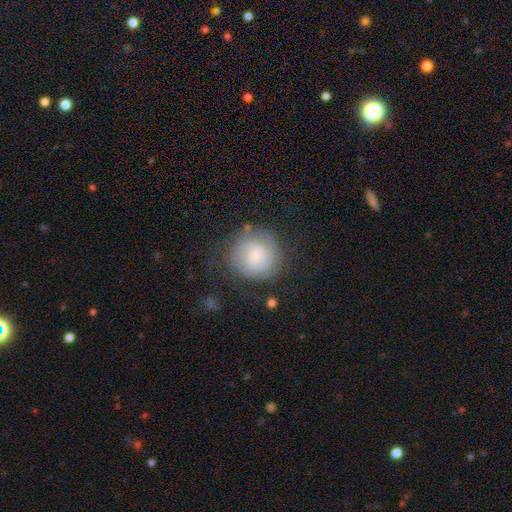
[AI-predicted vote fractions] A featured or disk galaxy (56%) with no bar (64%), spiral arms (89%) and a small central bulge (48%). Merging: none (72%).